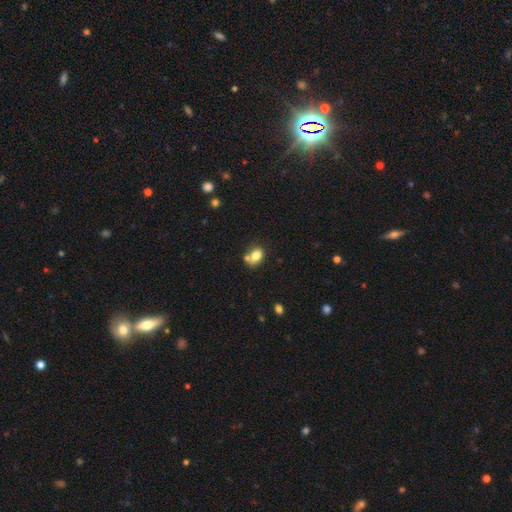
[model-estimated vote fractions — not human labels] Q: Smooth or featured?
A: smooth (79%); runner-up: featured or disk (12%)
Q: How rounded?
A: in between (68%); runner-up: round (30%)
Q: Merging?
A: none (48%); runner-up: merger (29%)